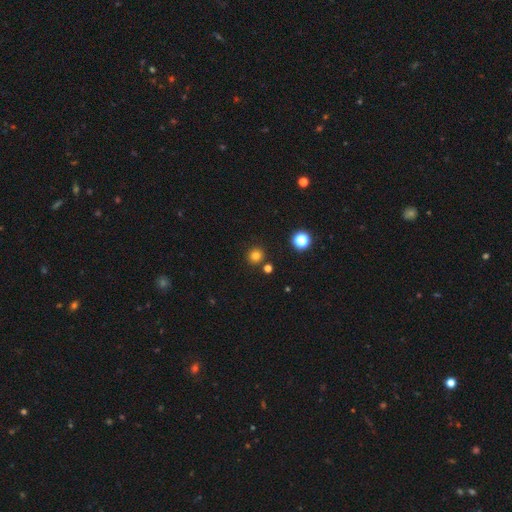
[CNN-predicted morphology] Smooth or featured: smooth — 78% (star or artifact — 17%)
How rounded: round — 91% (in between — 8%)
Merging: none — 85% (minor disturbance — 7%)